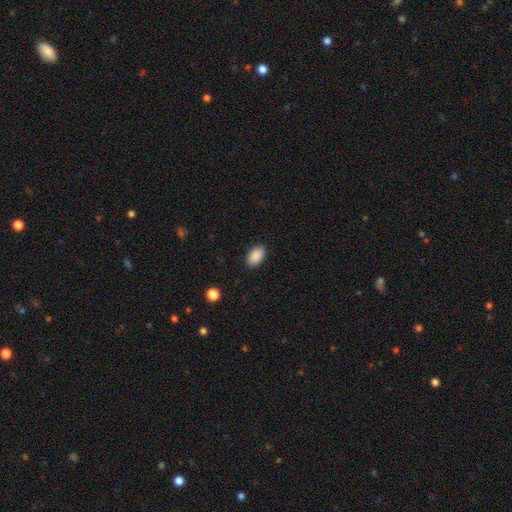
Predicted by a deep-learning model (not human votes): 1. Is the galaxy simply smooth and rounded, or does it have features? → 90% smooth, 7% star or artifact, 3% featured or disk.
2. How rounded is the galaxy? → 90% in between, 8% round, 1% cigar-shaped.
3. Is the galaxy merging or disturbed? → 89% none, 8% minor disturbance, 2% major disturbance, 1% merger.